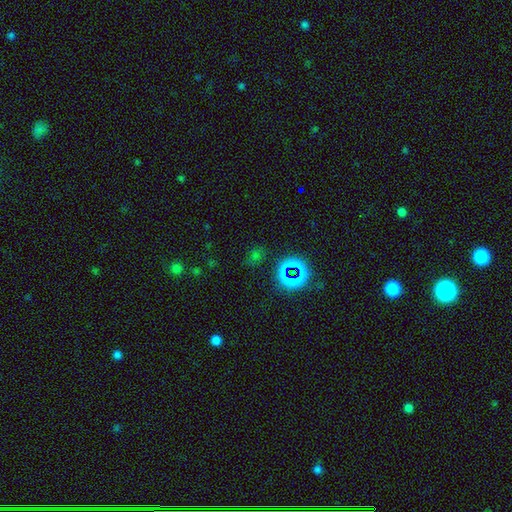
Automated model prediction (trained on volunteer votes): A star or artifact, not a galaxy (60%).